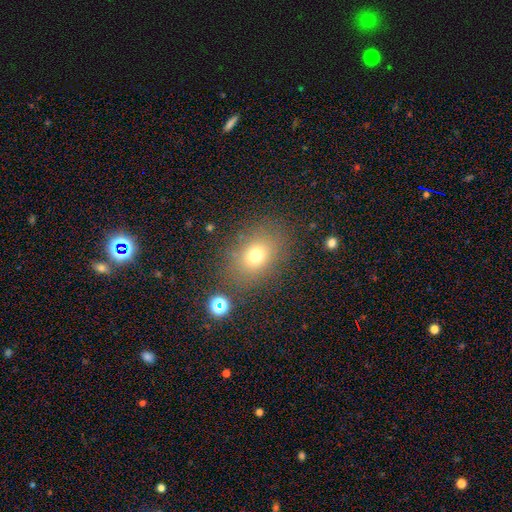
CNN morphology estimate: Smooth or featured? smooth (72%)
How rounded? in between (56%)
Merging? none (81%)